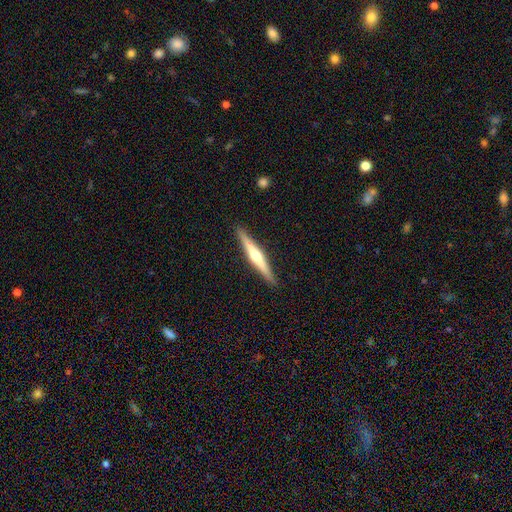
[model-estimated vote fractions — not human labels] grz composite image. It shows a featured or disk galaxy (67%) viewed edge-on (98%) with a rounded central bulge (84%). Merging: none (91%).